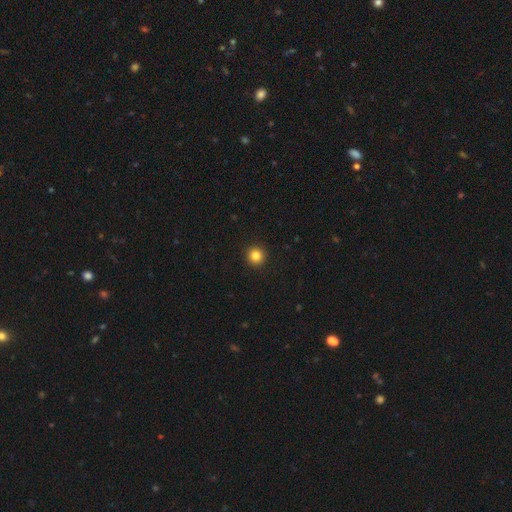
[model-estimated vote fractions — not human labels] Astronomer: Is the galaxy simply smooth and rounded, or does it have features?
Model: smooth — 84%.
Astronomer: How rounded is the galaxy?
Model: round — 96%.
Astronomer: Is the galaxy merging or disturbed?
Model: none — 94%.